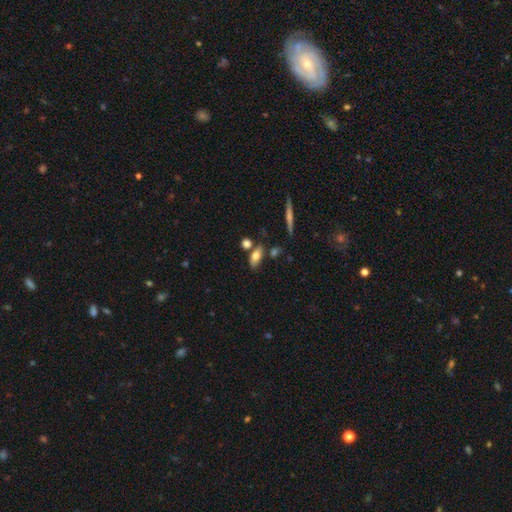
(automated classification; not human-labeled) smooth-or-featured: smooth: 74% | featured or disk: 18% | star or artifact: 8%
  how-rounded: in between: 80% | cigar-shaped: 15% | round: 5%
  merging: none: 68% | merger: 14% | minor disturbance: 14% | major disturbance: 4%